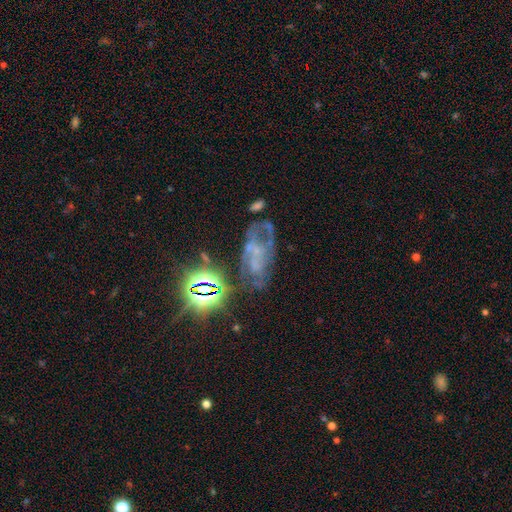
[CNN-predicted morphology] This is possibly a featured or disk galaxy (53%). It is clearly not viewed edge-on (94%). Merging: marginally none (40%).